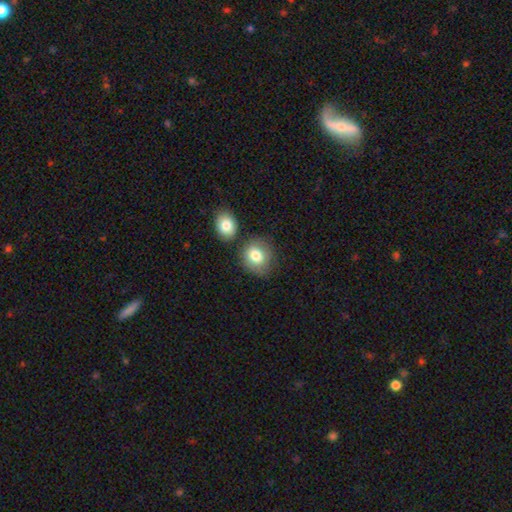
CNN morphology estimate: Q: Smooth or featured?
A: smooth (81%); runner-up: featured or disk (11%)
Q: How rounded?
A: round (73%); runner-up: in between (26%)
Q: Merging?
A: none (67%); runner-up: merger (14%)